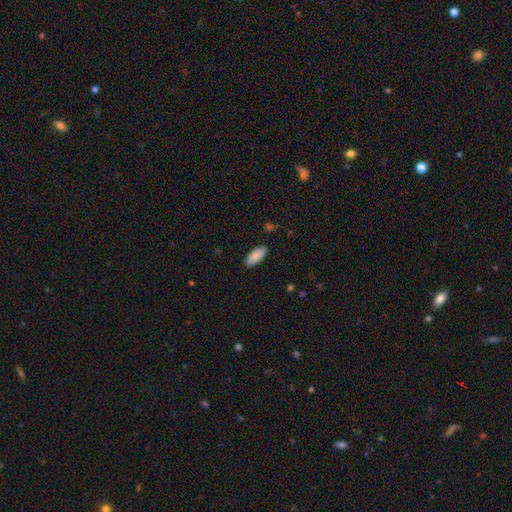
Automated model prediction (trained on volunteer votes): Smooth or featured?
  - smooth: 87% *
  - featured or disk: 7%
  - star or artifact: 6%
How rounded?
  - in between: 85% *
  - cigar-shaped: 14%
  - round: 2%
Merging?
  - none: 88% *
  - minor disturbance: 9%
  - major disturbance: 2%
  - merger: 1%